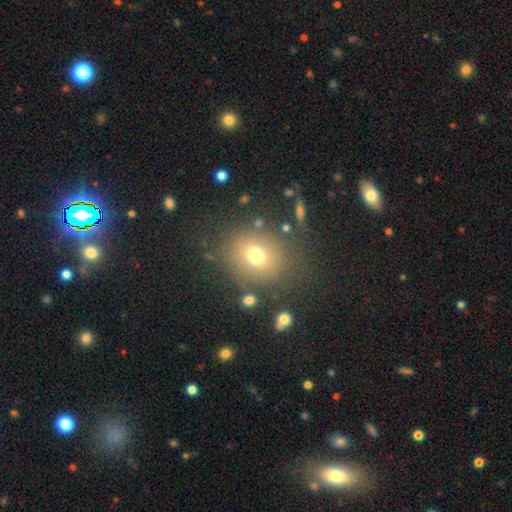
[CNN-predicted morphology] Q: Smooth or featured?
A: smooth (71%); runner-up: star or artifact (17%)
Q: How rounded?
A: round (73%); runner-up: in between (26%)
Q: Merging?
A: none (78%); runner-up: minor disturbance (11%)